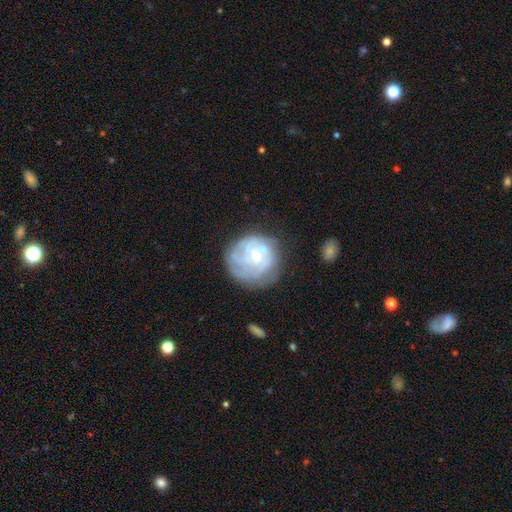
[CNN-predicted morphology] This appears to be a featured or disk galaxy (68%) with no bar (78%), spiral arms (70%) and a small central bulge (64%). Merging: none (60%).